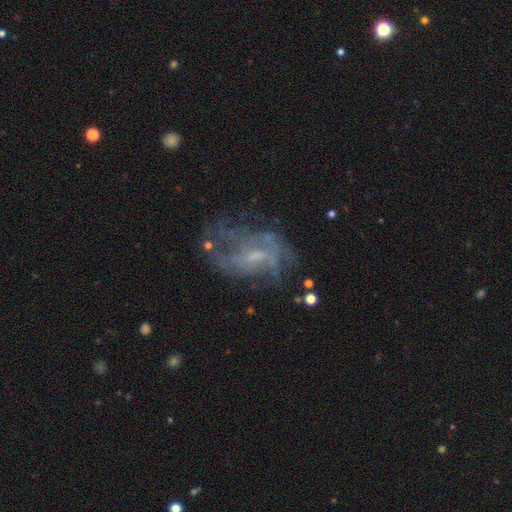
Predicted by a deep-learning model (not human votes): featured or disk 73%, smooth 15%, star or artifact 12%. Down the decision tree: edge-on disk — no (96%); bar — weak (46%); spiral arms — yes (67%); bulge size — small (51%); merging — none (50%).